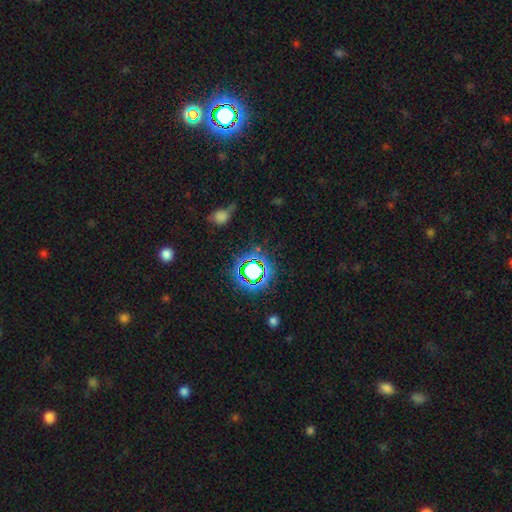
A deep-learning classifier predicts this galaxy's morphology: smooth_or_featured: star or artifact (p=0.77) [alt: smooth p=0.14]